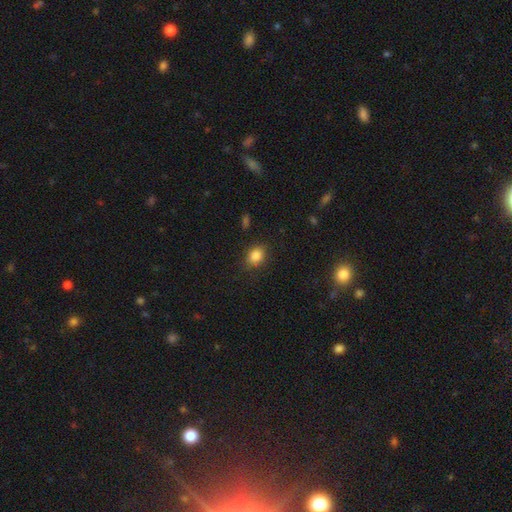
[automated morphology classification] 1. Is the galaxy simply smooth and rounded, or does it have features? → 84% smooth, 11% star or artifact, 6% featured or disk.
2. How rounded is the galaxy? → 51% round, 48% in between, 1% cigar-shaped.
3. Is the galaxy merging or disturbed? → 79% none, 15% minor disturbance, 4% major disturbance, 2% merger.